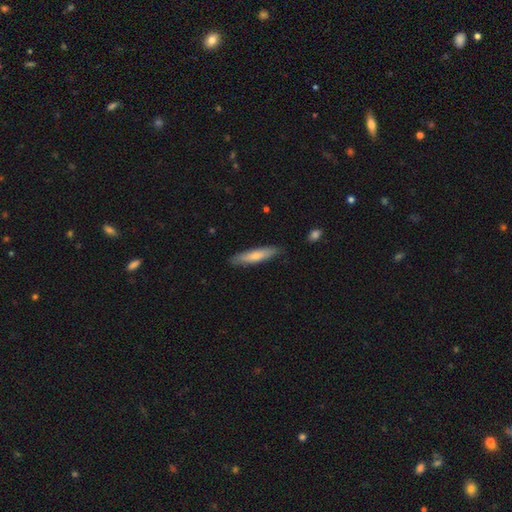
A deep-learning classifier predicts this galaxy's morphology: Smooth or featured? Predicted: smooth (p=0.70). How rounded? Predicted: cigar-shaped (p=0.79). Merging? Predicted: none (p=0.84).